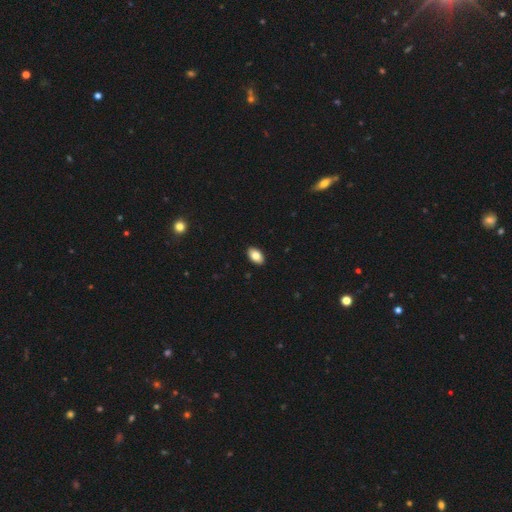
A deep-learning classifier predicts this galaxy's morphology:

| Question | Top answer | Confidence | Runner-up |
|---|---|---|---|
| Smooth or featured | smooth | 83% | featured or disk (9%) |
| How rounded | in between | 93% | round (6%) |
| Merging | none | 91% | minor disturbance (6%) |